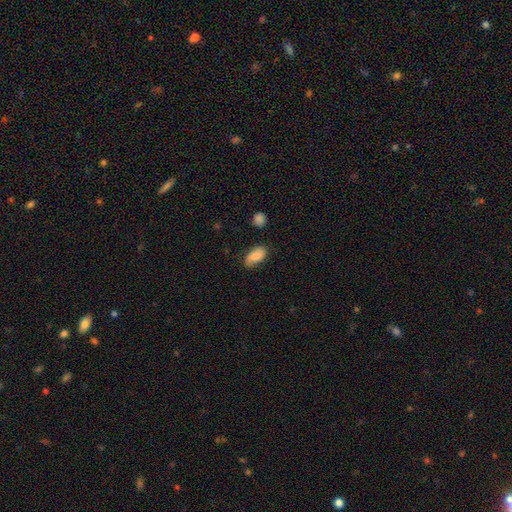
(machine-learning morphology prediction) Smooth or featured?
  - smooth: 78% *
  - featured or disk: 14%
  - star or artifact: 7%
How rounded?
  - in between: 93% *
  - round: 4%
  - cigar-shaped: 3%
Merging?
  - none: 66% *
  - minor disturbance: 26%
  - major disturbance: 6%
  - merger: 2%